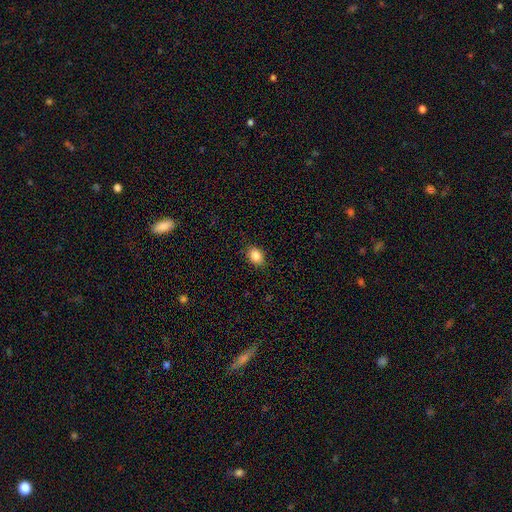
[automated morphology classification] Smooth or featured? Predicted: smooth (p=0.87). How rounded? Predicted: in between (p=0.72). Merging? Predicted: none (p=0.88).